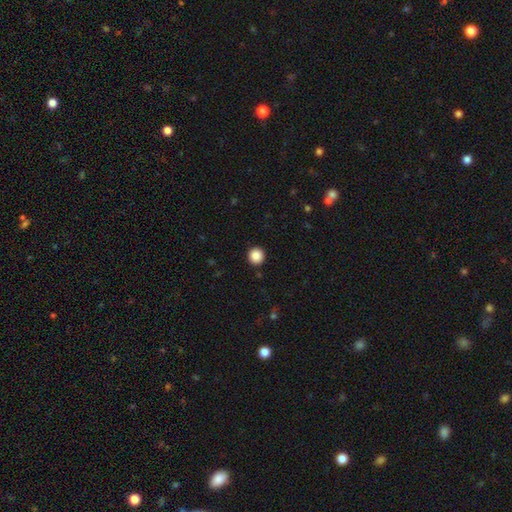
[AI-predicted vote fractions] This appears to be a smooth galaxy with no disk features (87%) that is round (95%). Merging: none (93%).